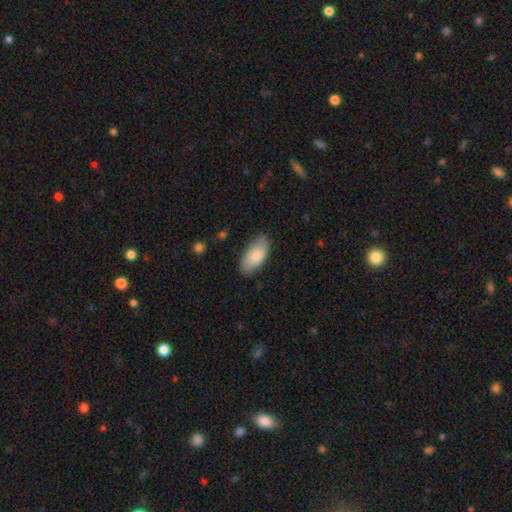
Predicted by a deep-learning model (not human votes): A smooth galaxy with no disk features (79%) that is in between round and cigar-shaped (94%).

Vote fractions:
- Smooth or featured? smooth: 79% / featured or disk: 15% / star or artifact: 6%
- How rounded? in between: 94% / cigar-shaped: 4% / round: 2%
- Merging? none: 76% / minor disturbance: 19% / major disturbance: 4% / merger: 1%